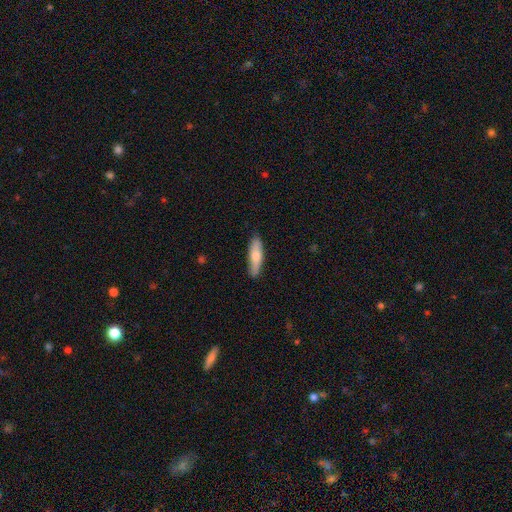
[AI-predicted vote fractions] Smooth or featured?
  - smooth: 70% *
  - featured or disk: 24%
  - star or artifact: 5%
How rounded?
  - cigar-shaped: 65% *
  - in between: 33%
  - round: 2%
Merging?
  - none: 84% *
  - minor disturbance: 13%
  - major disturbance: 2%
  - merger: 1%